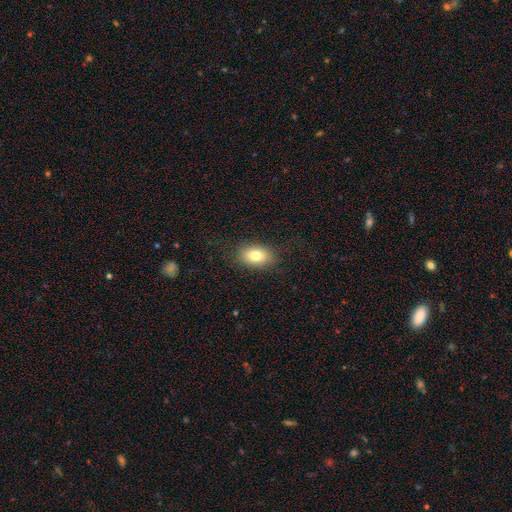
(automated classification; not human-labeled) A smooth galaxy with no disk features (79%) that is in between round and cigar-shaped (85%).

Vote fractions:
- Smooth or featured? smooth: 79% / featured or disk: 12% / star or artifact: 9%
- How rounded? in between: 85% / round: 13% / cigar-shaped: 2%
- Merging? none: 84% / minor disturbance: 11% / major disturbance: 4% / merger: 1%